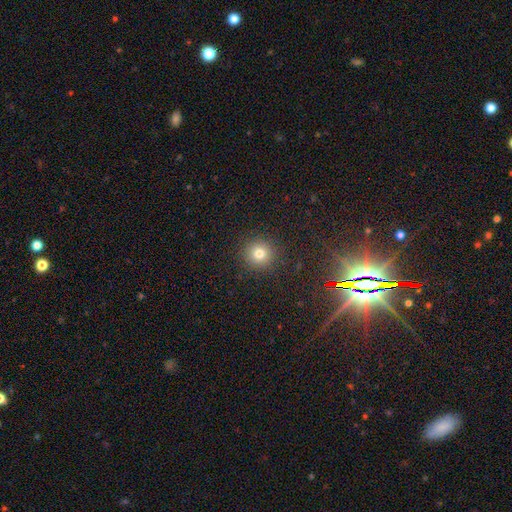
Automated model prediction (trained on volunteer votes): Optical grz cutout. It shows a smooth galaxy with no disk features (66%) that is round (95%). Merging: none (92%).